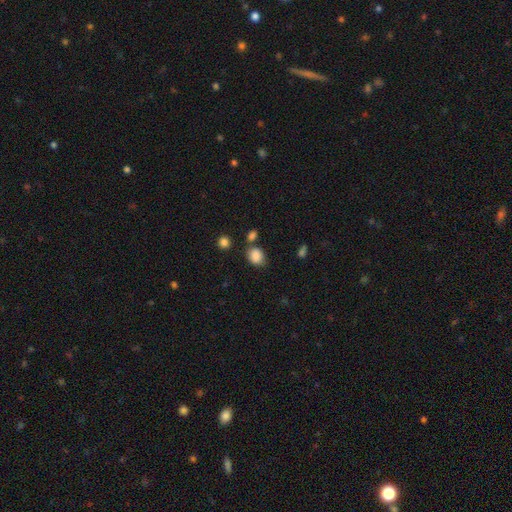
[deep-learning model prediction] A smooth galaxy with no disk features (86%) that is in between round and cigar-shaped (50%). Merging: none (66%).